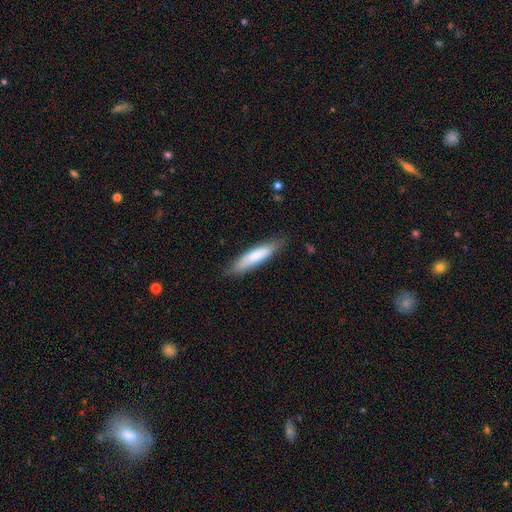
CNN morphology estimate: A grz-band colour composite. It shows a smooth galaxy with no disk features (77%) that is cigar-shaped (80%). Merging: none (82%).